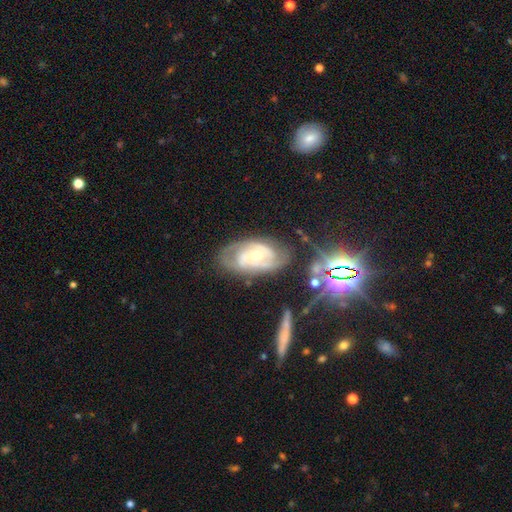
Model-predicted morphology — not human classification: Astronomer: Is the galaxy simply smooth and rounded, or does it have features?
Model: featured or disk — 80%.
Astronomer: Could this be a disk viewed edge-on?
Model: no — 95%.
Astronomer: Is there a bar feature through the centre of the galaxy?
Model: no — 52% (runner-up: weak, 37%).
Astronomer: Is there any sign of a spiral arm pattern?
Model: yes — 90%.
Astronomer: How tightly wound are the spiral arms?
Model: tight — 53% (runner-up: medium, 37%).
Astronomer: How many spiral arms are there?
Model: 2 — 49% (runner-up: can't tell, 27%).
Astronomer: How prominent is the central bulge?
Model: moderate — 61%.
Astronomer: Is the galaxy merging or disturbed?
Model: none — 63%.